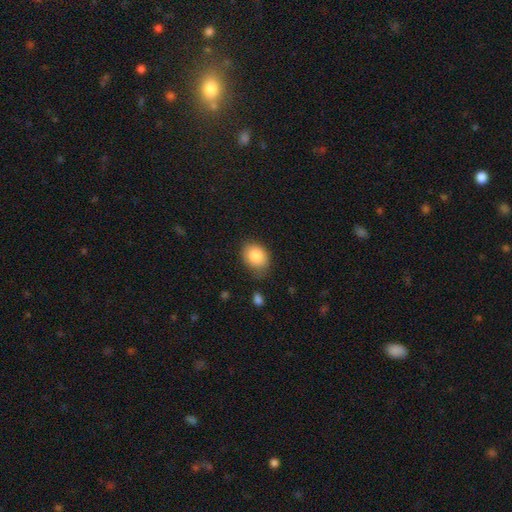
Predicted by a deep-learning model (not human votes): Overall: smooth (86%). How rounded: in between (60%; round 39%). Merging: none (69%).